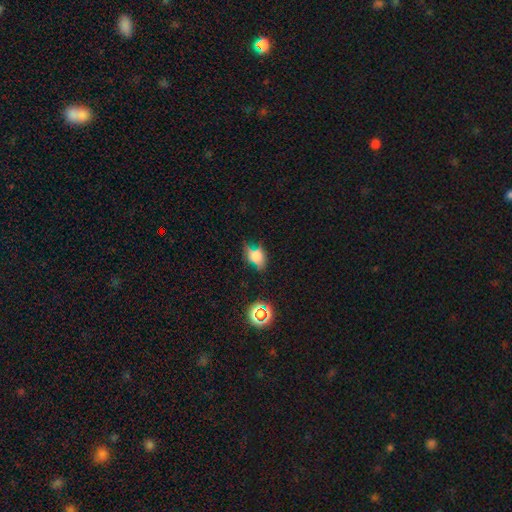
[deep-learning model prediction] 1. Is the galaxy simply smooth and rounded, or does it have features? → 58% smooth, 23% featured or disk, 19% star or artifact.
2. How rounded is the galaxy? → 68% in between, 28% round, 4% cigar-shaped.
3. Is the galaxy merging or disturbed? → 53% none, 29% minor disturbance, 14% major disturbance, 5% merger.